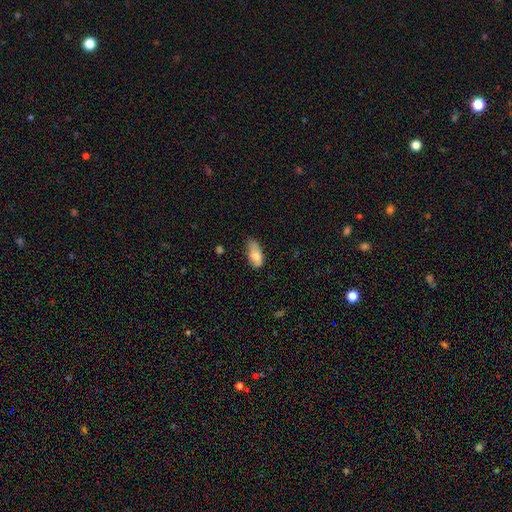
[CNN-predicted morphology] smooth_or_featured: smooth (p=0.81) [alt: featured or disk p=0.12]
how_rounded: in between (p=0.89) [alt: cigar-shaped p=0.08]
merging: none (p=0.52) [alt: minor disturbance p=0.37]